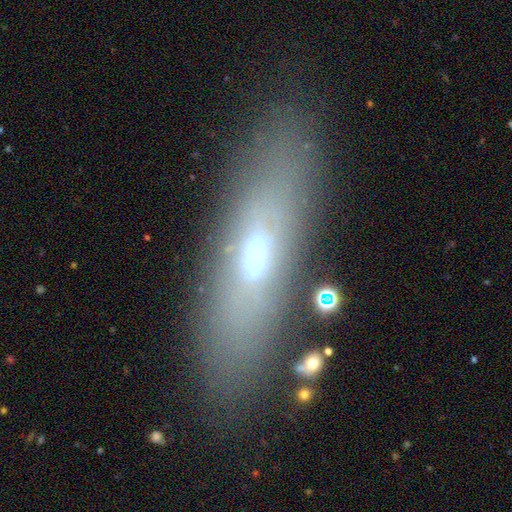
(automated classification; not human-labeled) Smooth or featured? Predicted: featured or disk (p=0.48). Merging? Predicted: none (p=0.68).